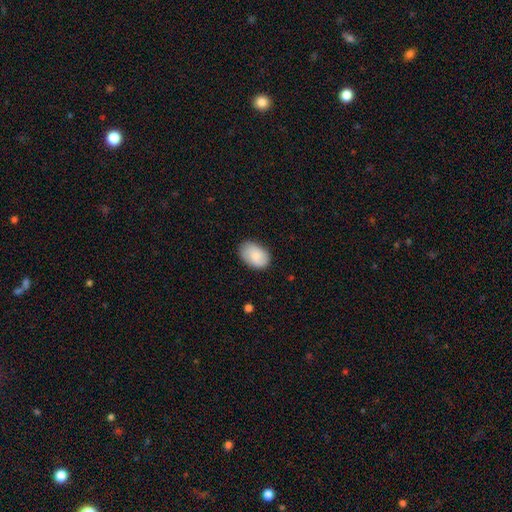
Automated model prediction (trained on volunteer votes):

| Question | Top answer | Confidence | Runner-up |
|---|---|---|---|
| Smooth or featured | smooth | 83% | featured or disk (10%) |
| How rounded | in between | 87% | round (12%) |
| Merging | none | 79% | minor disturbance (17%) |